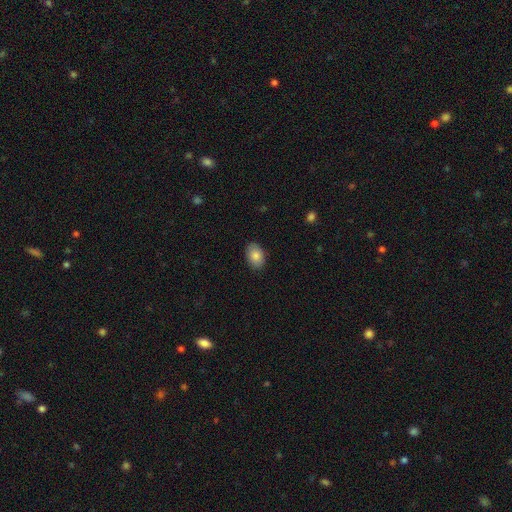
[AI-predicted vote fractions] smooth 85%, featured or disk 8%, star or artifact 7%. Down the decision tree: how rounded — in between (87%); merging — none (87%).